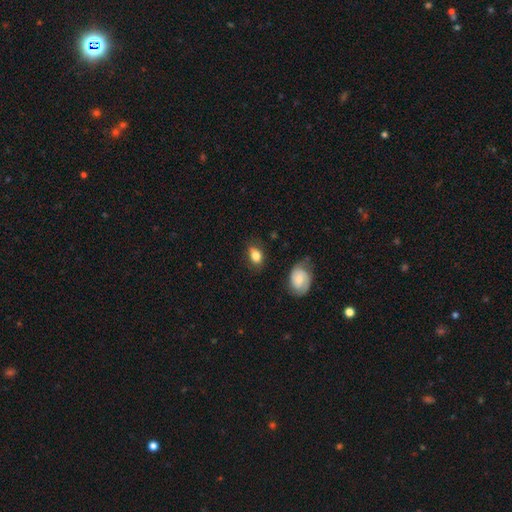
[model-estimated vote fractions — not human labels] Smooth or featured: smooth — 81% (featured or disk — 11%)
How rounded: in between — 81% (round — 16%)
Merging: none — 70% (minor disturbance — 21%)